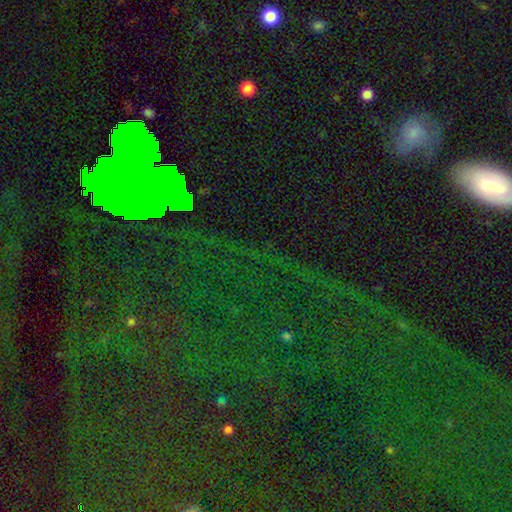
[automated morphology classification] This appears to be a star or artifact, not a galaxy (75%).